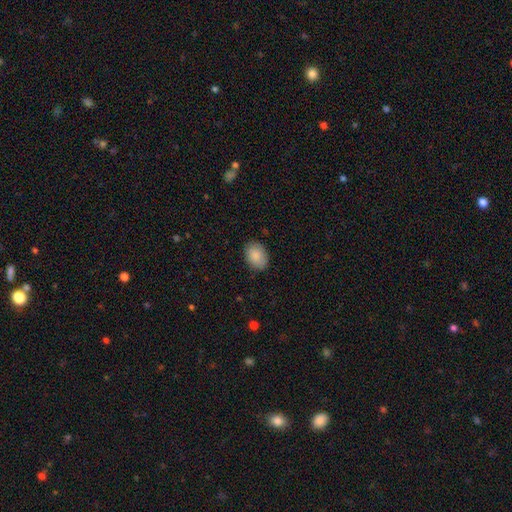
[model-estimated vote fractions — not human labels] Q: Smooth or featured?
A: smooth (88%); runner-up: star or artifact (7%)
Q: How rounded?
A: in between (76%); runner-up: round (23%)
Q: Merging?
A: none (84%); runner-up: minor disturbance (12%)